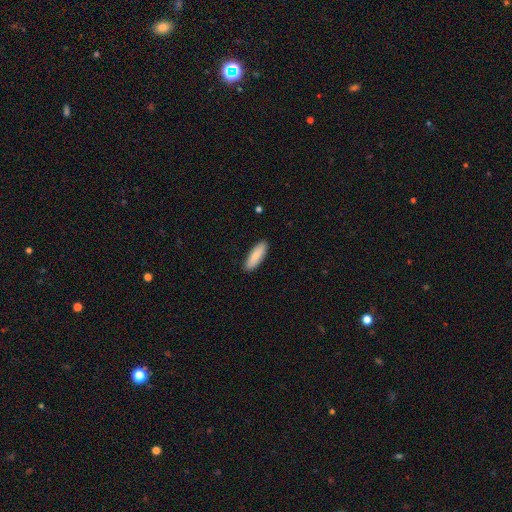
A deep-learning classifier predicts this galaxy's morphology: smooth_or_featured: smooth (p=0.85) [alt: featured or disk p=0.09]
how_rounded: in between (p=0.55) [alt: cigar-shaped p=0.43]
merging: none (p=0.90) [alt: minor disturbance p=0.07]